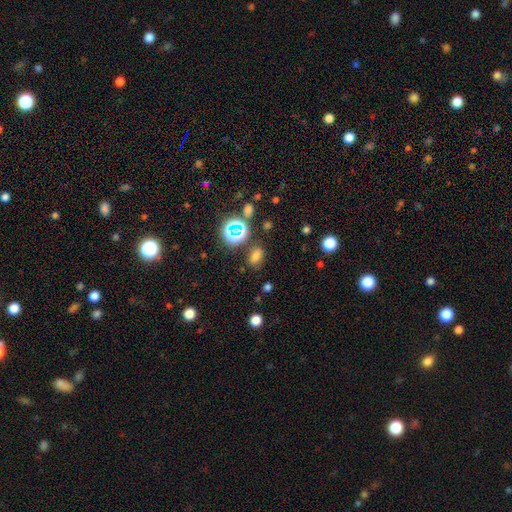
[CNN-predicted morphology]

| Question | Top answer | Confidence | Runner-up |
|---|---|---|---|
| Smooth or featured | smooth | 66% | star or artifact (27%) |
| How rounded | in between | 72% | round (26%) |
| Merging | none | 77% | minor disturbance (14%) |